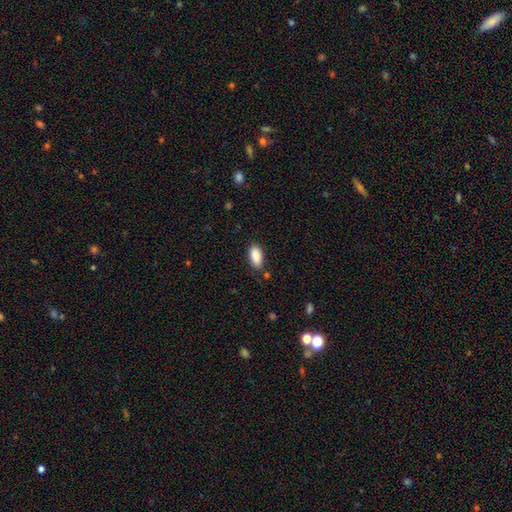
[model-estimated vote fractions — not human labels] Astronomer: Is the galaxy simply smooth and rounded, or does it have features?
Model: smooth — 89%.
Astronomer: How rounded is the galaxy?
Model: in between — 90%.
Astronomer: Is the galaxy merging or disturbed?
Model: none — 81%.